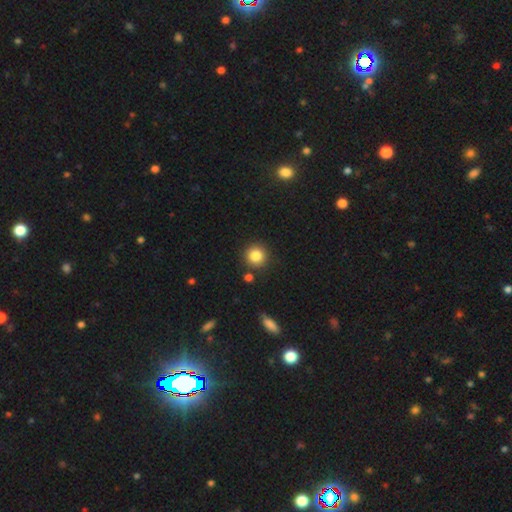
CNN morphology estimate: Smooth or featured: smooth — 84% (star or artifact — 10%)
How rounded: round — 93% (in between — 6%)
Merging: none — 86% (minor disturbance — 7%)